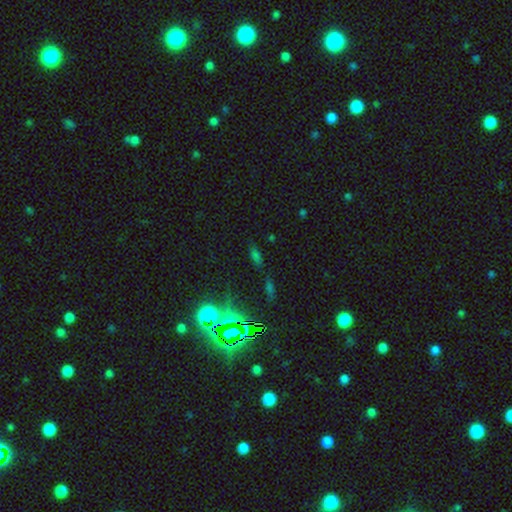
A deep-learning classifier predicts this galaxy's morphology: smooth_or_featured: star or artifact (p=0.50) [alt: smooth p=0.38]